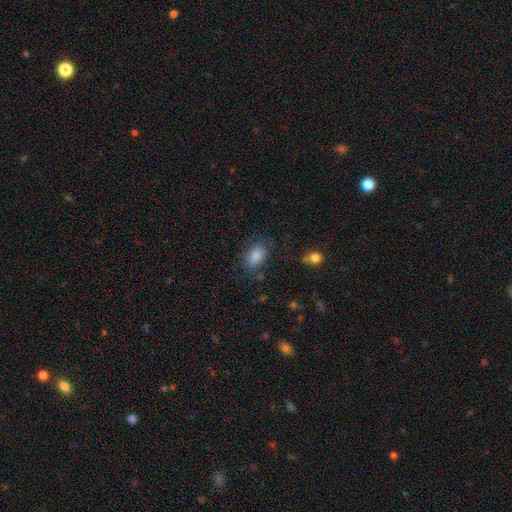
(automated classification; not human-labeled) smooth-or-featured: smooth: 80% | star or artifact: 10% | featured or disk: 10%
  how-rounded: in between: 85% | round: 13% | cigar-shaped: 2%
  merging: none: 70% | minor disturbance: 20% | major disturbance: 7% | merger: 3%